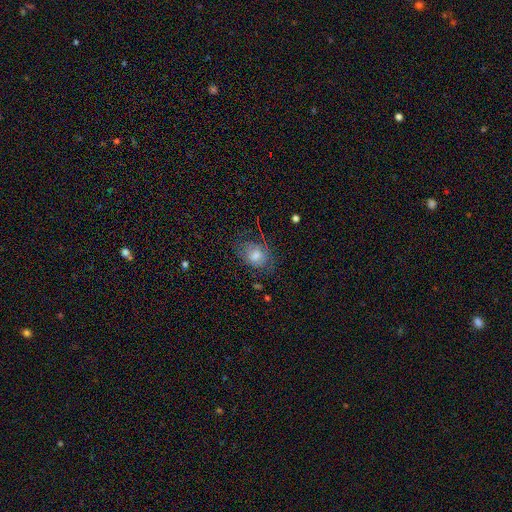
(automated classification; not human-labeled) A smooth galaxy with no disk features (59%) that is in between round and cigar-shaped (60%). Merging: none (64%).